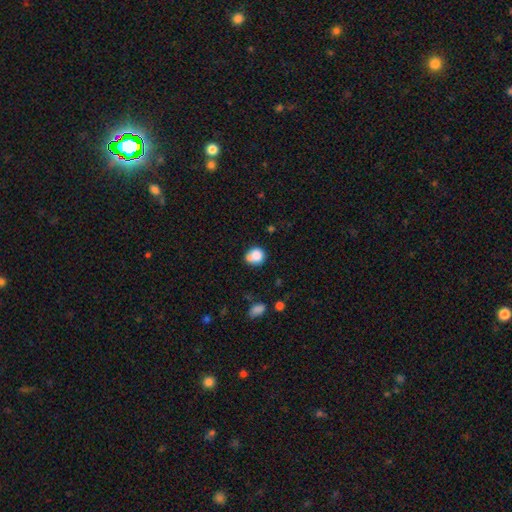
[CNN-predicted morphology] Smooth or featured: smooth — 83% (star or artifact — 9%)
How rounded: round — 76% (in between — 23%)
Merging: none — 52% (minor disturbance — 23%)